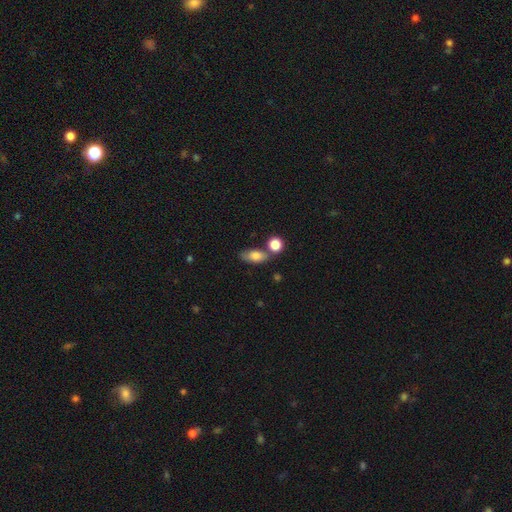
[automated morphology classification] smooth_or_featured: smooth (p=0.79) [alt: featured or disk p=0.13]
how_rounded: in between (p=0.81) [alt: round p=0.10]
merging: none (p=0.60) [alt: merger p=0.19]